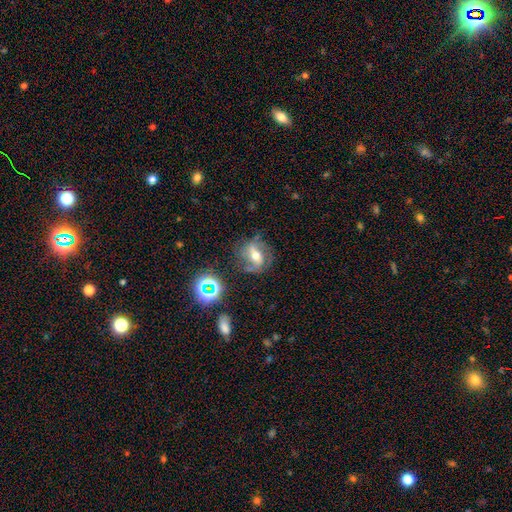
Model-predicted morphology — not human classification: Smooth or featured: featured or disk — 63% (smooth — 22%)
Edge-on disk: no — 92% (yes — 8%)
Bar: strong — 44% (weak — 33%)
Spiral arms: yes — 79% (no — 21%)
Bulge size: moderate — 70% (small — 19%)
Merging: none — 65% (minor disturbance — 20%)